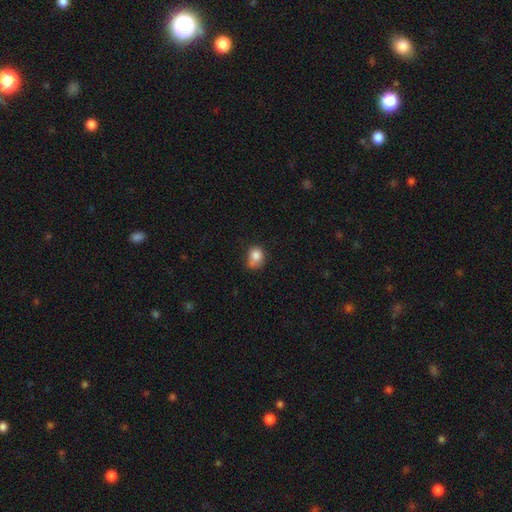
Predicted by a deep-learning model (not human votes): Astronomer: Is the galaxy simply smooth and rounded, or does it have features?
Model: smooth — 82%.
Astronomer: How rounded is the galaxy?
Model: round — 62% (runner-up: in between, 37%).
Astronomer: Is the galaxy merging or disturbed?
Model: none — 46% (runner-up: minor disturbance, 31%).